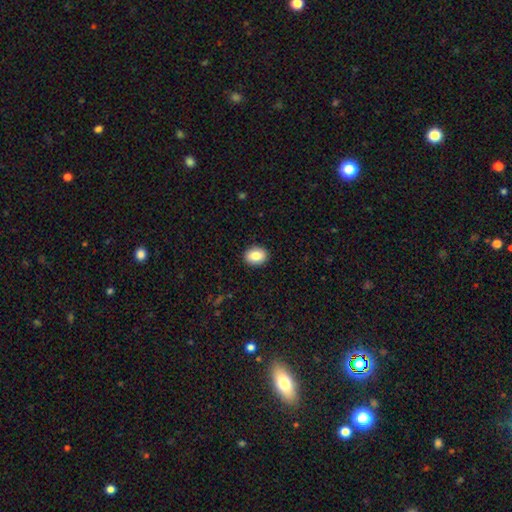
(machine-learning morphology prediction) Q: Smooth or featured?
A: smooth (84%); runner-up: featured or disk (8%)
Q: How rounded?
A: in between (61%); runner-up: round (38%)
Q: Merging?
A: none (91%); runner-up: minor disturbance (6%)